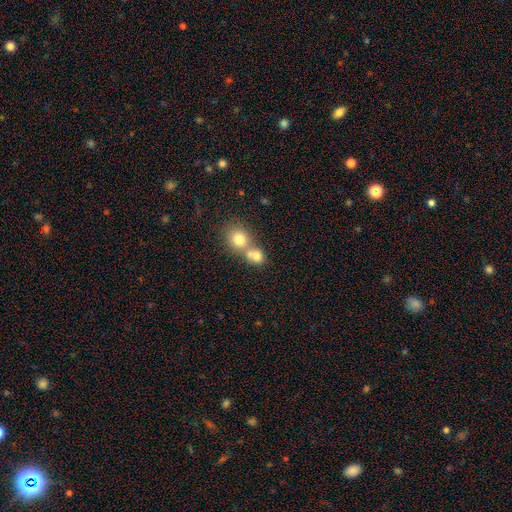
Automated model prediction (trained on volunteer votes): Overall: smooth (76%). How rounded: round (74%). Merging: merger (62%; none 30%).